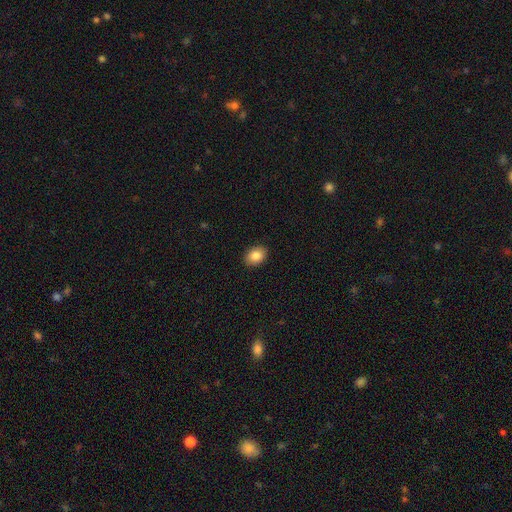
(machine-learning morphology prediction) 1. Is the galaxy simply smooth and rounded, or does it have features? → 86% smooth, 8% star or artifact, 6% featured or disk.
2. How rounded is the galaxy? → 70% in between, 29% round, 1% cigar-shaped.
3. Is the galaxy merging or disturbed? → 90% none, 7% minor disturbance, 2% major disturbance, 1% merger.